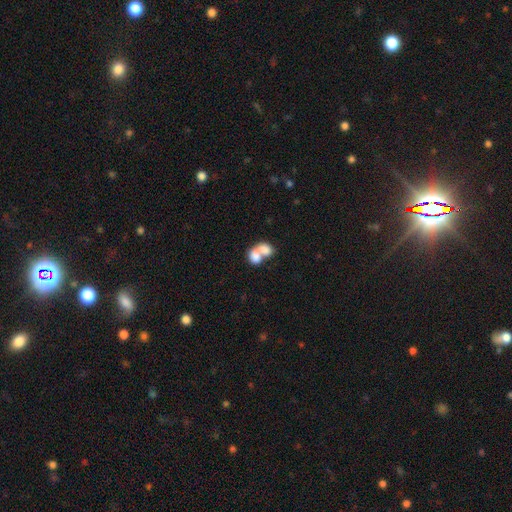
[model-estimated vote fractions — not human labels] This is likely a smooth galaxy (76%). How rounded: likely in between (68%). Merging: likely merger (75%).